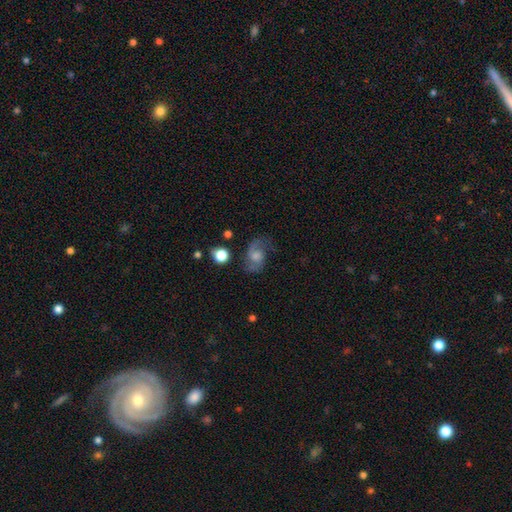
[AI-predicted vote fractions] Smooth or featured? featured or disk (62%)
Edge-on disk? no (96%)
Bar? no (62%)
Spiral arms? yes (89%)
Spiral winding? medium (44%)
Spiral arm count? 2 (85%)
Bulge size? moderate (39%)
Merging? none (61%)